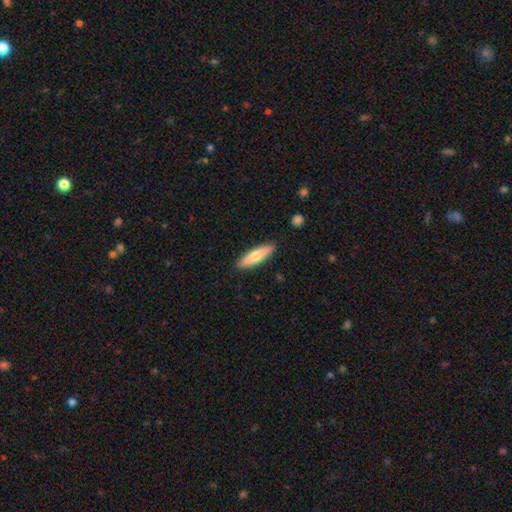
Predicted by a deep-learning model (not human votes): A smooth galaxy with no disk features (64%) that is cigar-shaped (68%). Merging: none (89%).